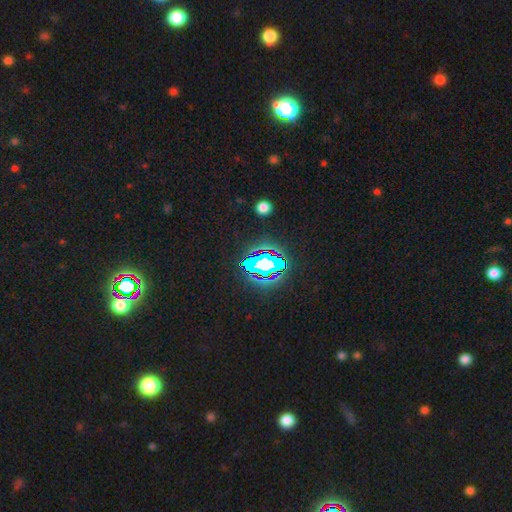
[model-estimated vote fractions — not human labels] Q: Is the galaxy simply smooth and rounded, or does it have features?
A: star or artifact — 66%.